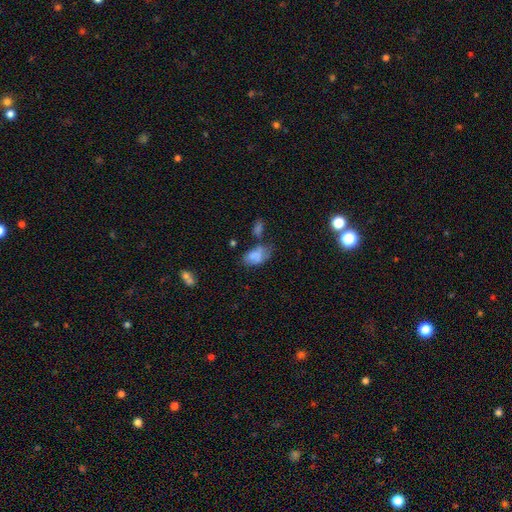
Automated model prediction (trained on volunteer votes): Smooth or featured? Predicted: smooth (p=0.73). How rounded? Predicted: in between (p=0.89). Merging? Predicted: none (p=0.30).